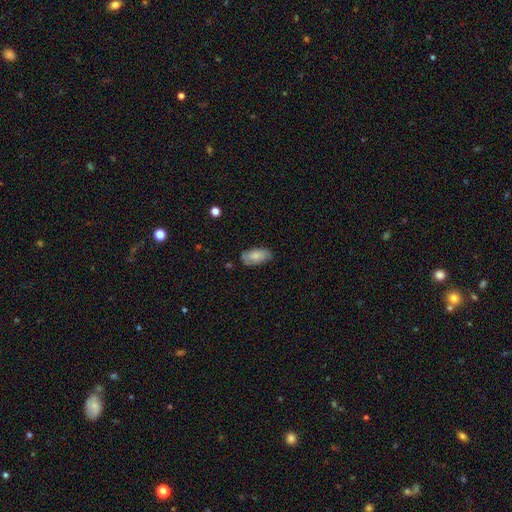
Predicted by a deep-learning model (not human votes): The model was most divided on "merging": none: 73%, minor disturbance: 21%, major disturbance: 4%, merger: 2%. More confident: how rounded — in between (92%); smooth or featured — smooth (78%).